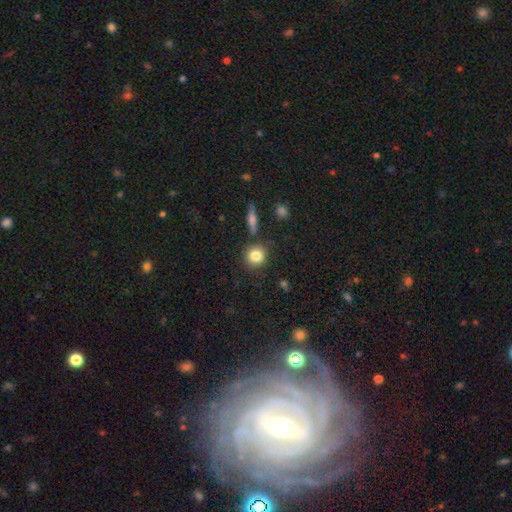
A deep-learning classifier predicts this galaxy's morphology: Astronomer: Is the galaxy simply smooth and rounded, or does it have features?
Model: smooth — 83%.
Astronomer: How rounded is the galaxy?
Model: round — 84%.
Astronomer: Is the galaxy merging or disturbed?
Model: none — 81%.